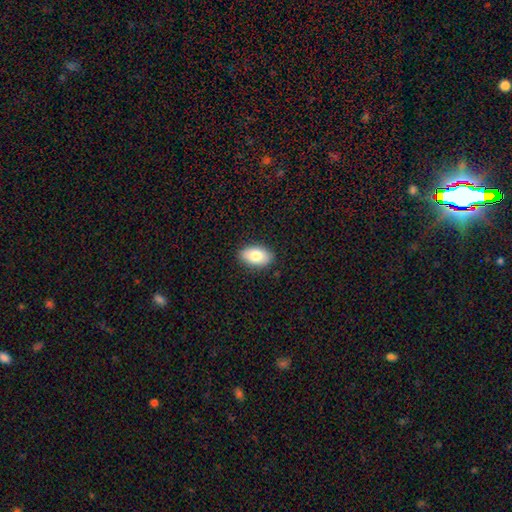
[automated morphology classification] Smooth or featured: smooth — 82% (featured or disk — 11%)
How rounded: in between — 92% (round — 6%)
Merging: none — 88% (minor disturbance — 9%)